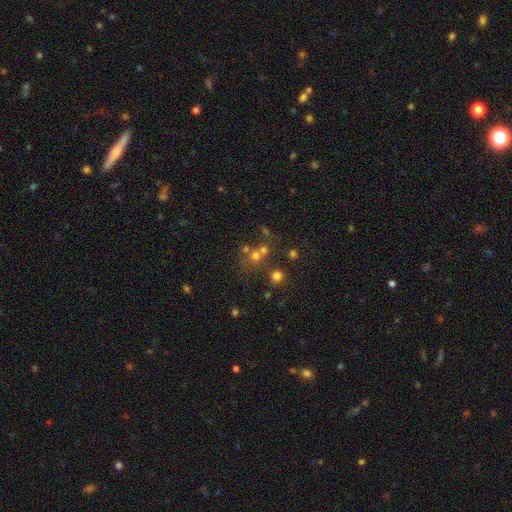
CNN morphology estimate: Smooth or featured? smooth (59%)
How rounded? round (84%)
Merging? none (49%)